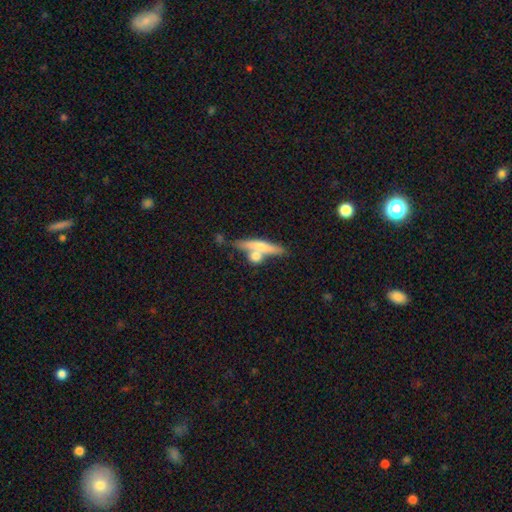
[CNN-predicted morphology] Smooth or featured? smooth (57%)
How rounded? cigar-shaped (64%)
Merging? none (49%)